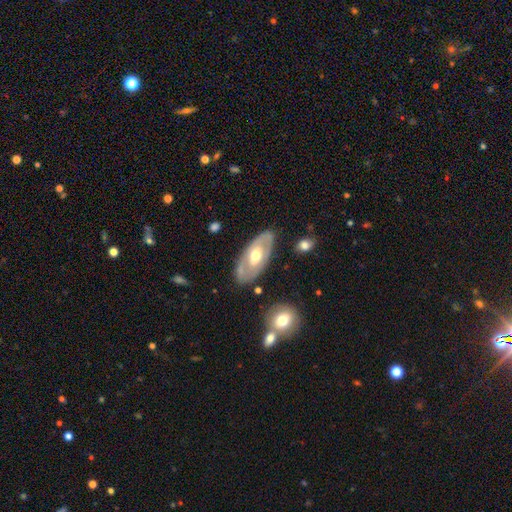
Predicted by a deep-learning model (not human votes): A featured or disk galaxy (63%) with no bar (71%), no spiral arms (69%) and a moderate central bulge (74%). Merging: none (80%).